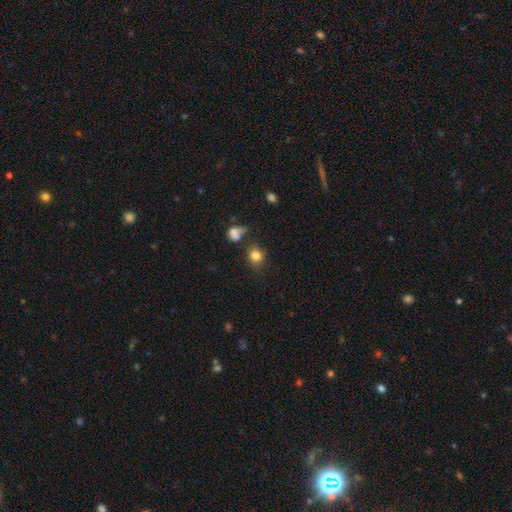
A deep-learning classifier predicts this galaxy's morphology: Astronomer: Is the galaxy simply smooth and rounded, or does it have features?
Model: smooth — 81%.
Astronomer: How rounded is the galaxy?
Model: round — 72%.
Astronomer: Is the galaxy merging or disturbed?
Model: none — 69%.